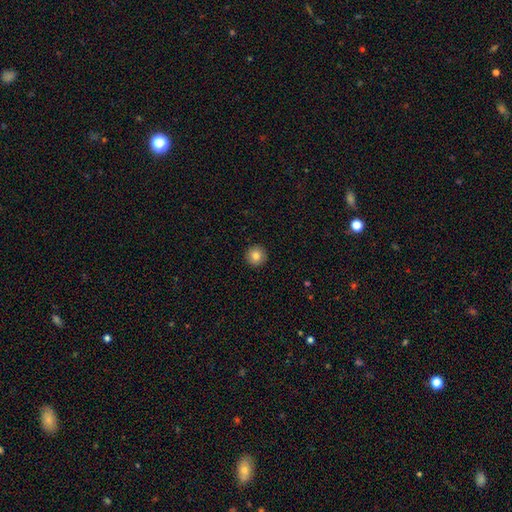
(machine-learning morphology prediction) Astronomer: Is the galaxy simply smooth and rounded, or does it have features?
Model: smooth — 83%.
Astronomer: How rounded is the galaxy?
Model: round — 96%.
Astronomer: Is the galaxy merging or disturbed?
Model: none — 93%.